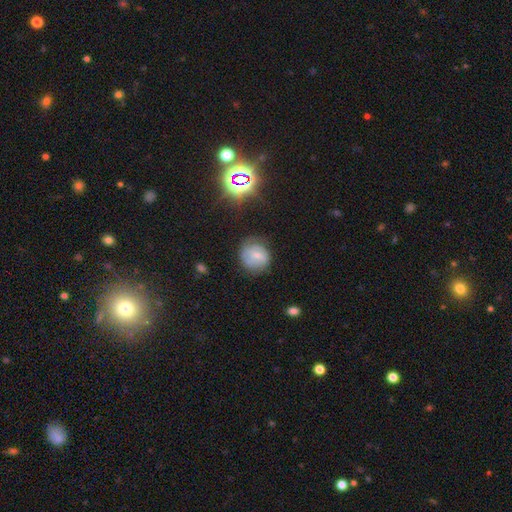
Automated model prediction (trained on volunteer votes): Smooth or featured: smooth — 45% (featured or disk — 44%)
Merging: none — 67% (minor disturbance — 23%)